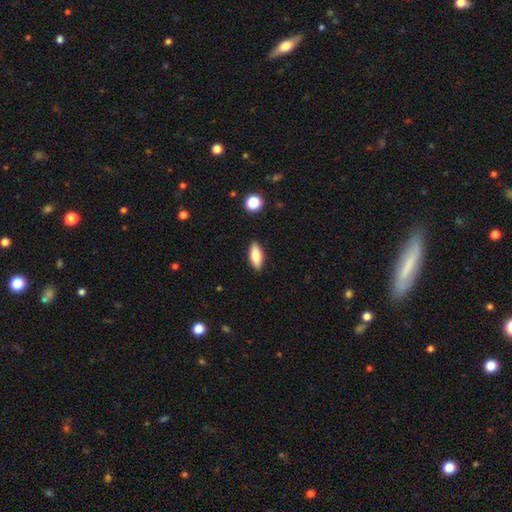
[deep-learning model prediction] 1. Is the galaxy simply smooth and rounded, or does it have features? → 78% smooth, 15% featured or disk, 7% star or artifact.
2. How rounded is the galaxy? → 82% in between, 16% cigar-shaped, 3% round.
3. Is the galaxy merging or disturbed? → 87% none, 9% minor disturbance, 2% major disturbance, 1% merger.